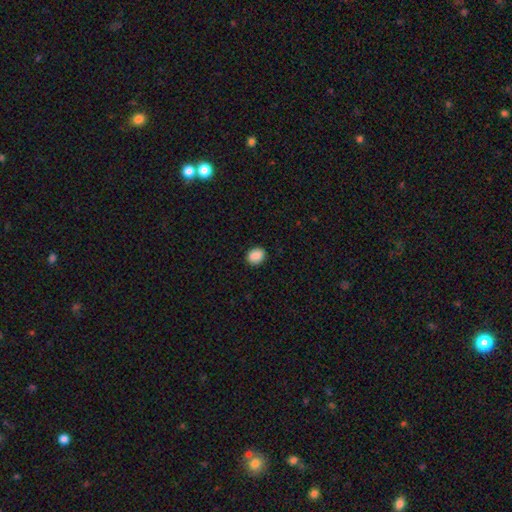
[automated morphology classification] A smooth galaxy with no disk features (88%) that is in between round and cigar-shaped (50%).

Vote fractions:
- Smooth or featured? smooth: 88% / star or artifact: 8% / featured or disk: 4%
- How rounded? in between: 50% / round: 49% / cigar-shaped: 1%
- Merging? none: 89% / minor disturbance: 8% / major disturbance: 2% / merger: 1%